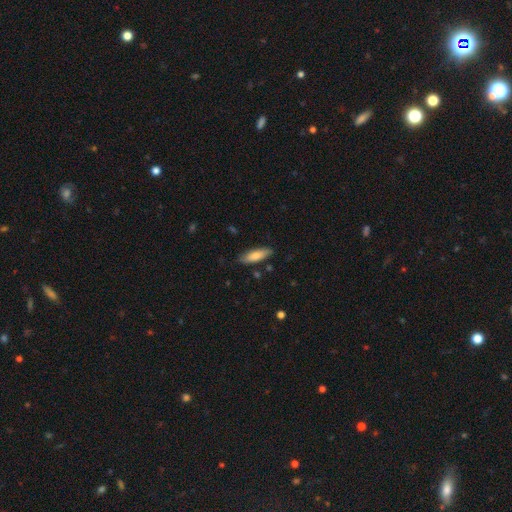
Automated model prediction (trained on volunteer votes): smooth-or-featured: smooth: 78% | featured or disk: 16% | star or artifact: 6%
  how-rounded: in between: 50% | cigar-shaped: 48% | round: 2%
  merging: none: 82% | minor disturbance: 14% | major disturbance: 2% | merger: 2%